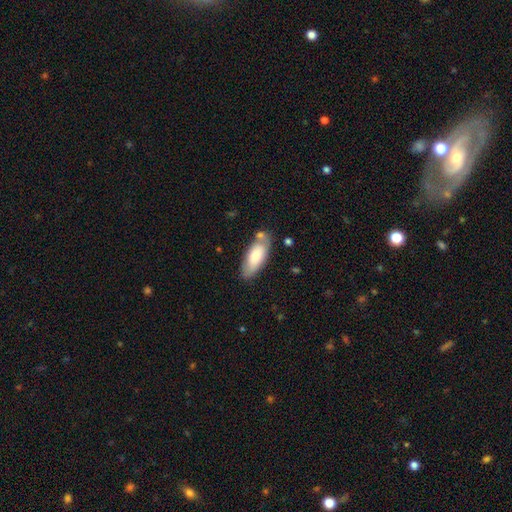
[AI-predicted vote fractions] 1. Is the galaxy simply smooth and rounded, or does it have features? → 76% smooth, 18% featured or disk, 6% star or artifact.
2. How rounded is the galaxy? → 81% in between, 17% cigar-shaped, 2% round.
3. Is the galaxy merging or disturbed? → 66% none, 20% minor disturbance, 10% merger, 5% major disturbance.